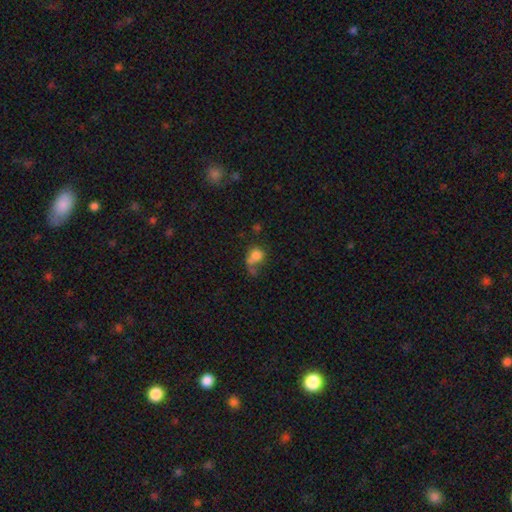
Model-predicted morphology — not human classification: Overall: smooth (74%). How rounded: round (60%; in between 38%). Merging: merger (31%; none 30%).